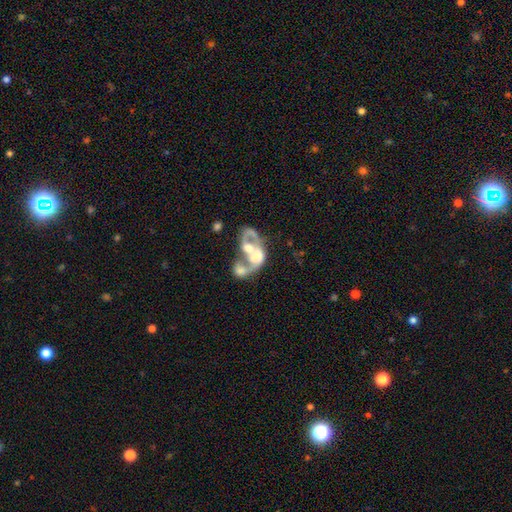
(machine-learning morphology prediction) A featured or disk galaxy (67%) with no bar (74%), no spiral arms (60%) and a moderate central bulge (34%). Merging: merger (64%).